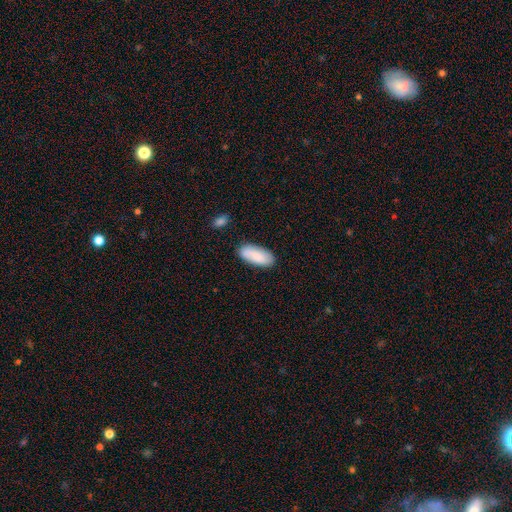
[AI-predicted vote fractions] Smooth or featured? smooth (82%)
How rounded? in between (86%)
Merging? none (81%)